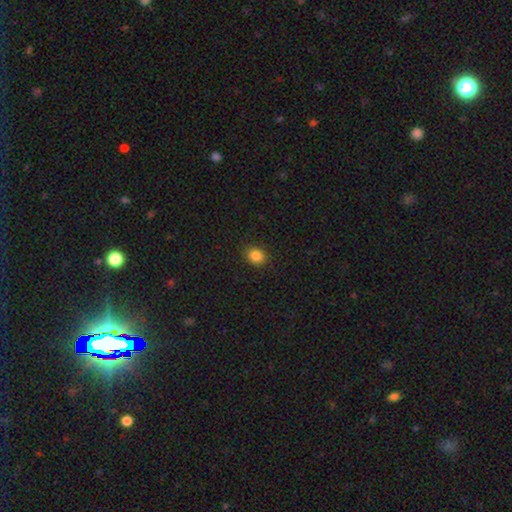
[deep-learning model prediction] A smooth galaxy with no disk features (85%) that is round (60%).

Vote fractions:
- Smooth or featured? smooth: 85% / star or artifact: 11% / featured or disk: 4%
- How rounded? round: 60% / in between: 39% / cigar-shaped: 1%
- Merging? none: 90% / minor disturbance: 7% / major disturbance: 2% / merger: 1%